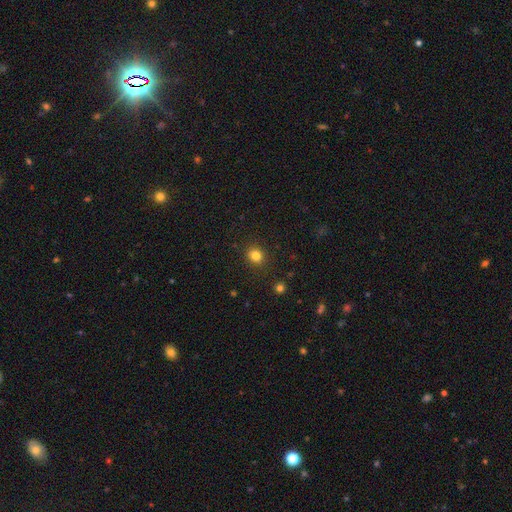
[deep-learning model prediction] smooth-or-featured: smooth: 82% | star or artifact: 13% | featured or disk: 5%
  how-rounded: round: 79% | in between: 20% | cigar-shaped: 1%
  merging: none: 90% | minor disturbance: 7% | major disturbance: 2% | merger: 1%